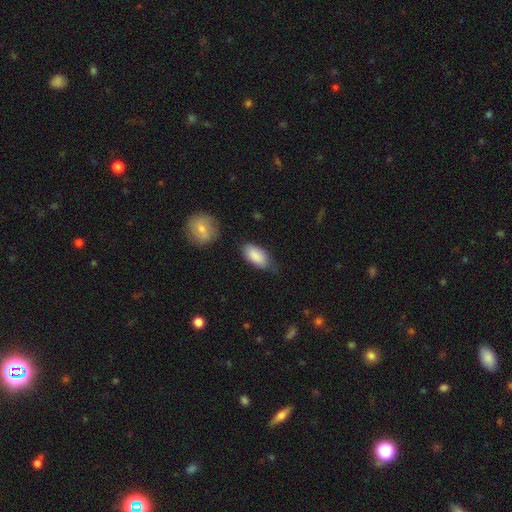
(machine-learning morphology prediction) type=smooth (87%); roundness=in between (92%); merging=none (64%).